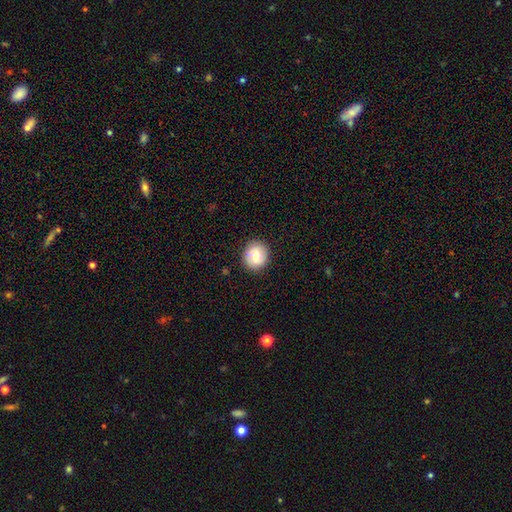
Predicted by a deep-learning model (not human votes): This is likely a smooth galaxy (73%). How rounded: likely round (80%). Merging: clearly none (88%).